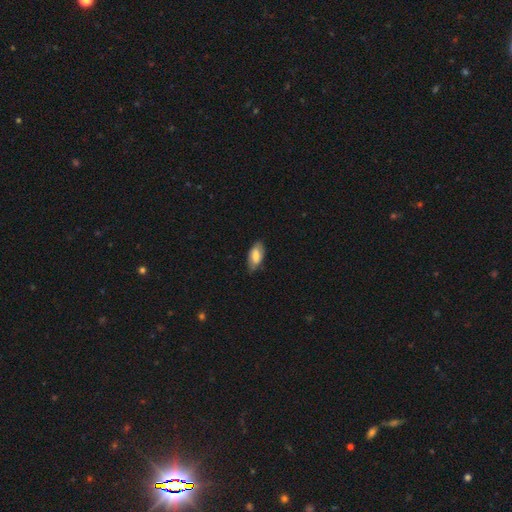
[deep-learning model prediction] Q: Smooth or featured?
A: smooth (71%); runner-up: featured or disk (22%)
Q: How rounded?
A: in between (92%); runner-up: cigar-shaped (6%)
Q: Merging?
A: none (75%); runner-up: minor disturbance (20%)